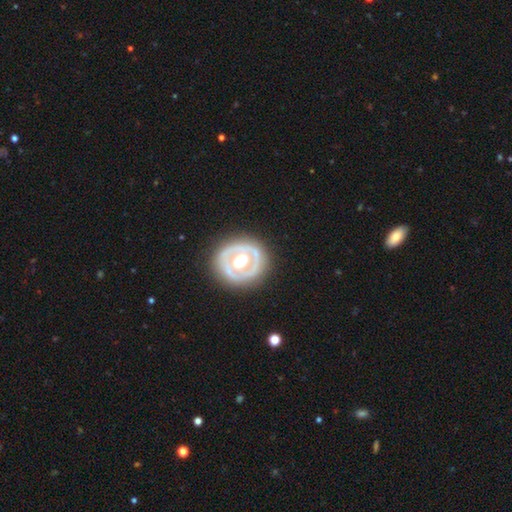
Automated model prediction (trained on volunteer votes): smooth-or-featured: featured or disk: 64% | smooth: 30% | star or artifact: 6%
  disk-edge-on: no: 93% | yes: 7%
    bar: no: 83% | weak: 11% | strong: 6%
    has-spiral-arms: no: 86% | yes: 14%
    bulge-size: large: 46% | moderate: 44% | dominant: 7% | small: 2% | none: 1%
  merging: none: 79% | minor disturbance: 14% | major disturbance: 6% | merger: 2%